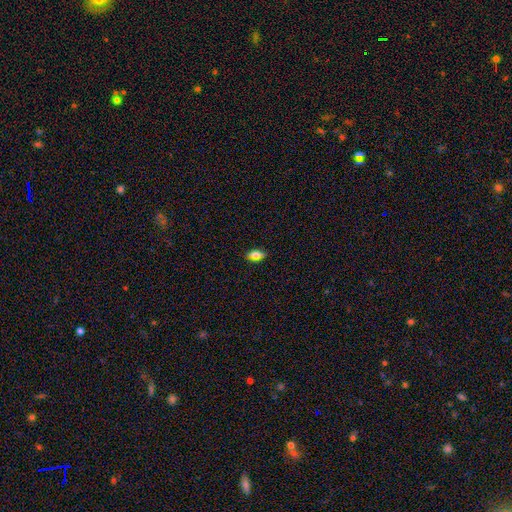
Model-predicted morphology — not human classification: A smooth galaxy with no disk features (59%) that is in between round and cigar-shaped (75%). Merging: none (87%).